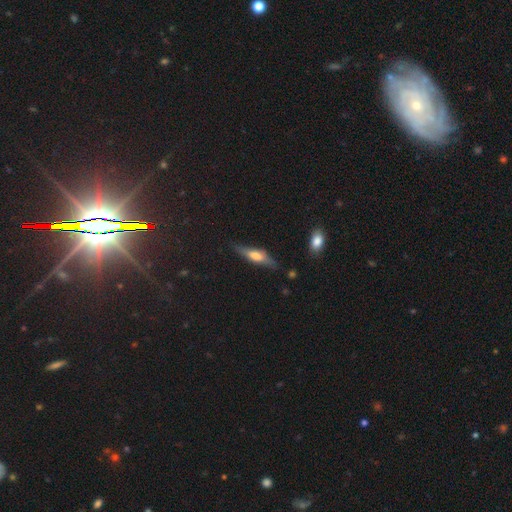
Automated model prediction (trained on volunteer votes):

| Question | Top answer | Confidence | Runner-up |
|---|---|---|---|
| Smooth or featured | featured or disk | 49% | smooth (43%) |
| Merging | none | 76% | minor disturbance (18%) |